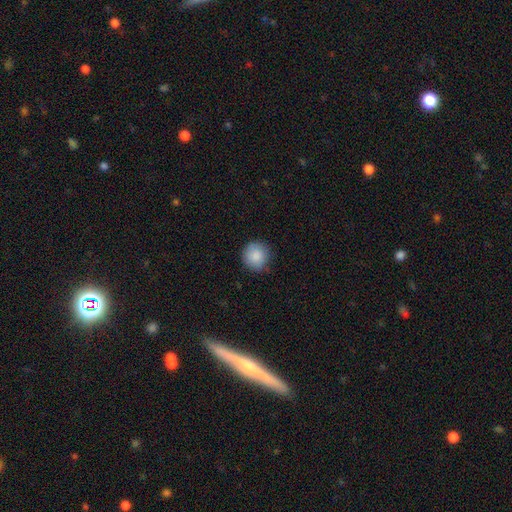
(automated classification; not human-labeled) Morphology: type=smooth (88%); roundness=round (93%); merging=none (82%).